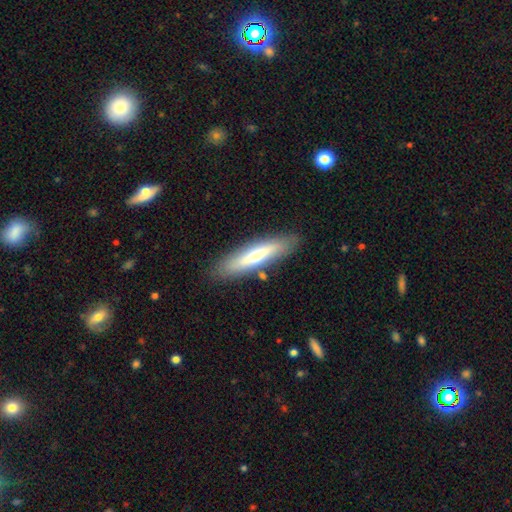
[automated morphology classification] type=smooth (53%); roundness=cigar-shaped (79%); merging=none (86%).